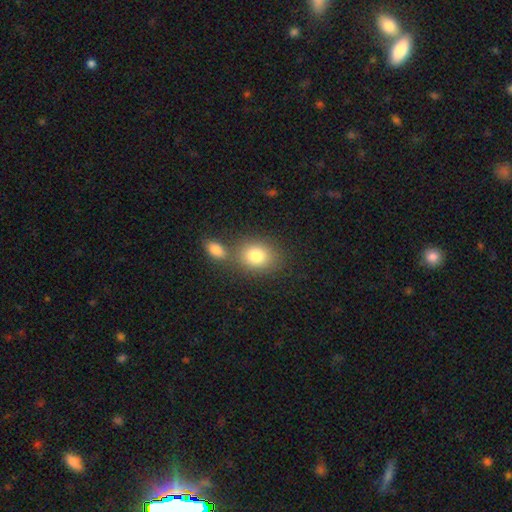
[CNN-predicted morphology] This is clearly a smooth galaxy (80%). How rounded: possibly in between (54%). Merging: possibly none (60%).